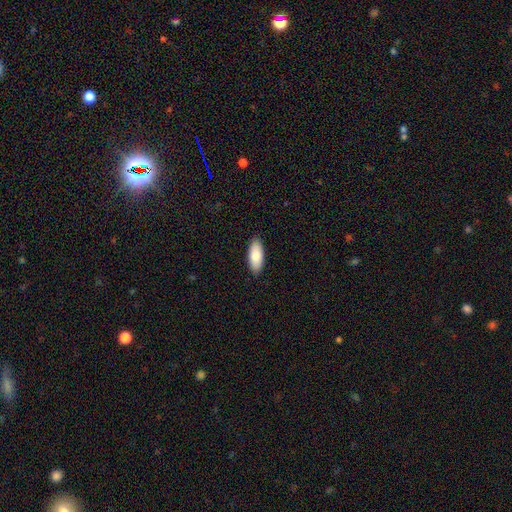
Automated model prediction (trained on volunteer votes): Smooth or featured? Predicted: smooth (p=0.87). How rounded? Predicted: in between (p=0.85). Merging? Predicted: none (p=0.89).